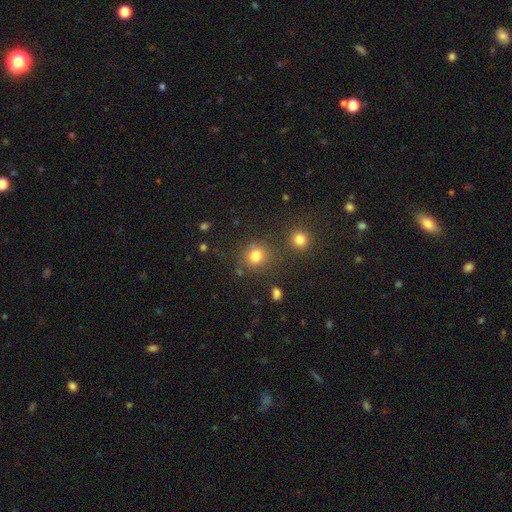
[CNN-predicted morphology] A smooth galaxy with no disk features (79%) that is round (86%). Merging: none (77%).